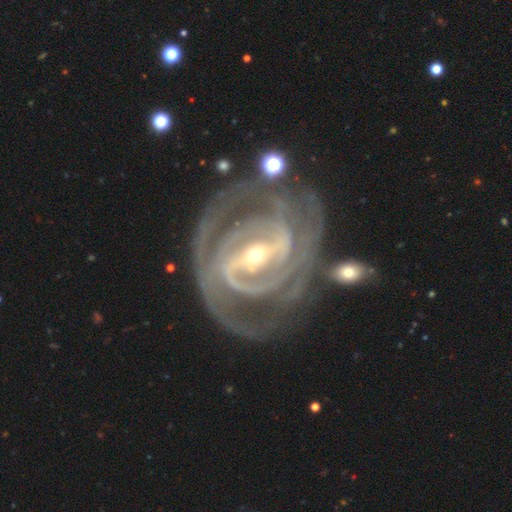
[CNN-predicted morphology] Smooth or featured? featured or disk (93%)
Edge-on disk? no (97%)
Bar? strong (64%)
Spiral arms? yes (96%)
Spiral winding? tight (62%)
Spiral arm count? 2 (38%)
Bulge size? small (70%)
Merging? none (63%)